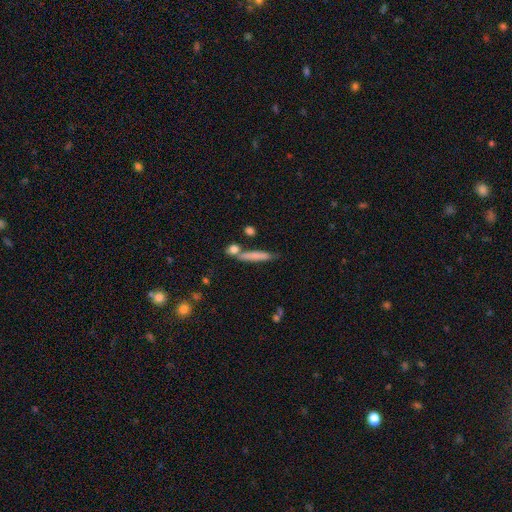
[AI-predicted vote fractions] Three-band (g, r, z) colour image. It shows a smooth galaxy with no disk features (72%) that is cigar-shaped (88%). Merging: none (64%).